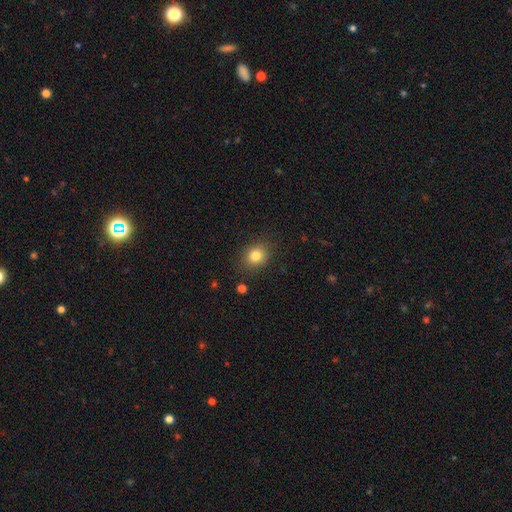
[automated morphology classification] type=smooth (82%); roundness=round (65%); merging=none (86%).